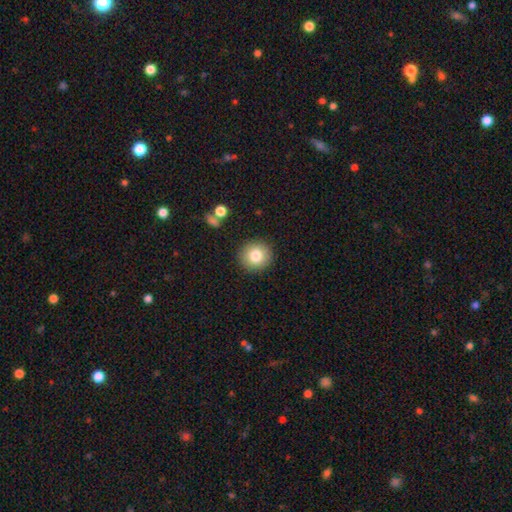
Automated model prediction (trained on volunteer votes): Overall: smooth (81%). How rounded: round (91%). Merging: none (90%).